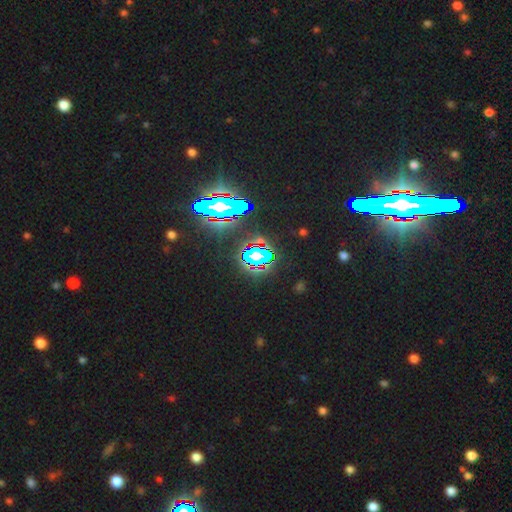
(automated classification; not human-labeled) A star or artifact, not a galaxy (68%).

Vote fractions:
- Smooth or featured? star or artifact: 68% / smooth: 18% / featured or disk: 14%